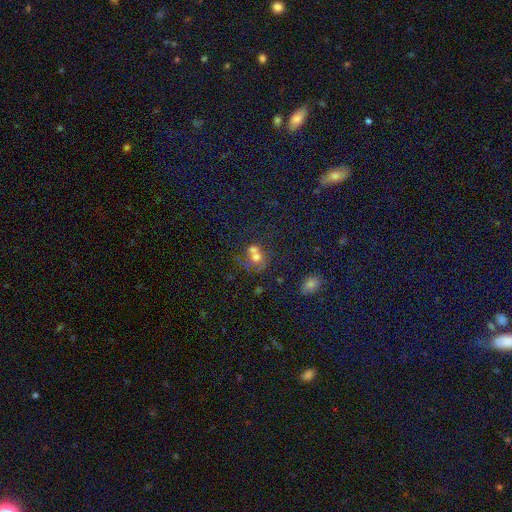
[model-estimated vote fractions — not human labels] Morphology: type=smooth (59%); roundness=round (67%); merging=merger (58%).